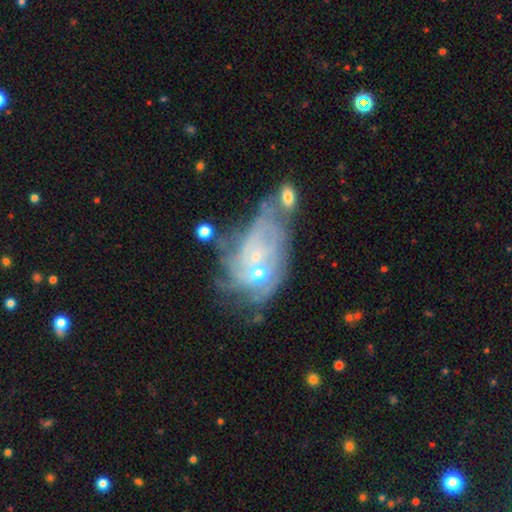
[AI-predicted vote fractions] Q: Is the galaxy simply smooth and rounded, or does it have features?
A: featured or disk — 71%.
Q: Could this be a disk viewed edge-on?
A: no — 96%.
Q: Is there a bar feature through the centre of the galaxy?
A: no — 80%.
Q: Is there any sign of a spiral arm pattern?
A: yes — 67%.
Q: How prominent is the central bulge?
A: small — 63%.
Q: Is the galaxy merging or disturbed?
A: merger — 35%.